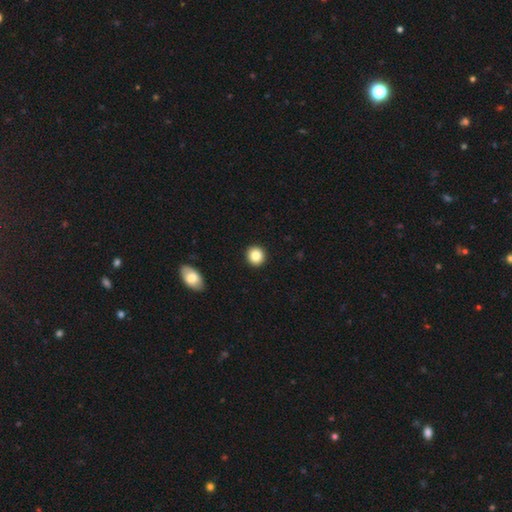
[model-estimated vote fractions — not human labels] smooth 85%, star or artifact 9%, featured or disk 6%. Down the decision tree: how rounded — round (91%); merging — none (93%).